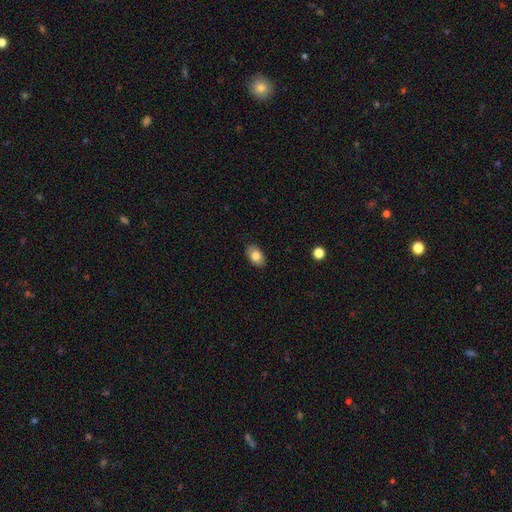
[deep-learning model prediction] Smooth or featured? smooth (80%)
How rounded? in between (90%)
Merging? none (88%)